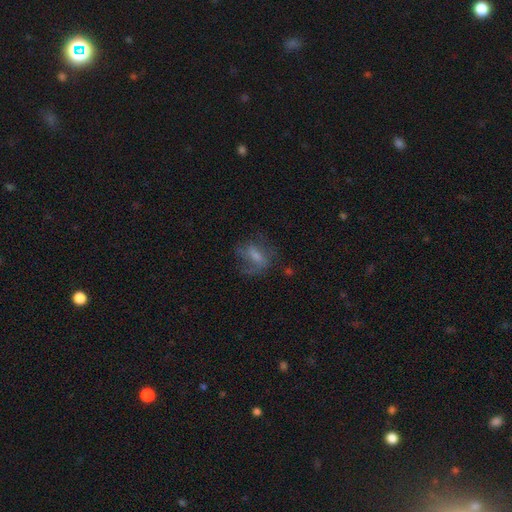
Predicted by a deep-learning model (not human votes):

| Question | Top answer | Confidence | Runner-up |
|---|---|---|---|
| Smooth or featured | featured or disk | 52% | smooth (33%) |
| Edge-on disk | no | 92% | yes (8%) |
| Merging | none | 55% | major disturbance (23%) |